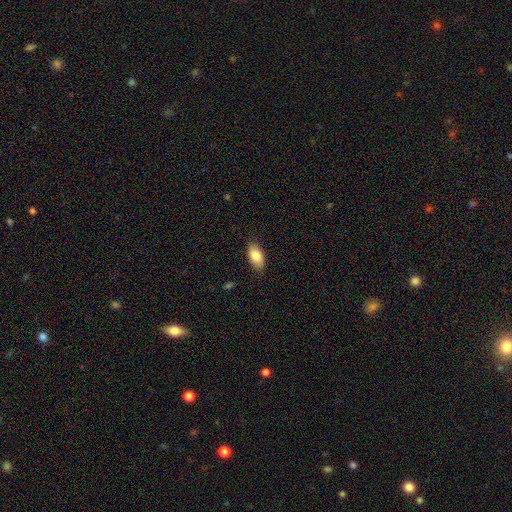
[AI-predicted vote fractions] smooth 84%, featured or disk 10%, star or artifact 7%. Down the decision tree: how rounded — in between (92%); merging — none (84%).